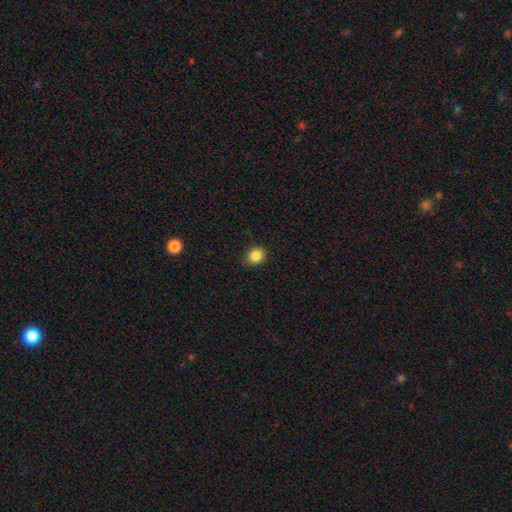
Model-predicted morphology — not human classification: smooth_or_featured: smooth (p=0.85) [alt: star or artifact p=0.10]
how_rounded: round (p=0.65) [alt: in between p=0.34]
merging: none (p=0.87) [alt: minor disturbance p=0.10]